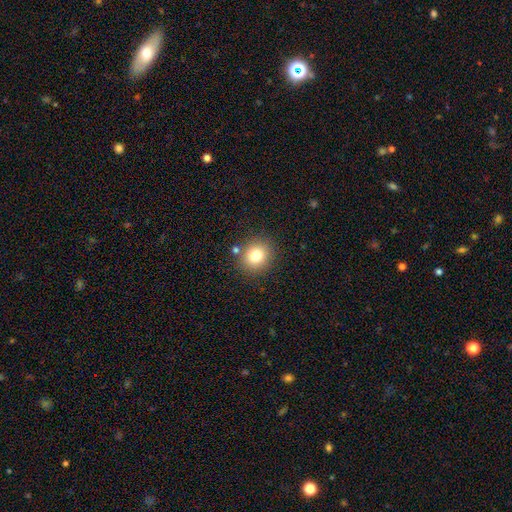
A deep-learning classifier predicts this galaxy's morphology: type=smooth (79%); roundness=round (81%); merging=none (82%).